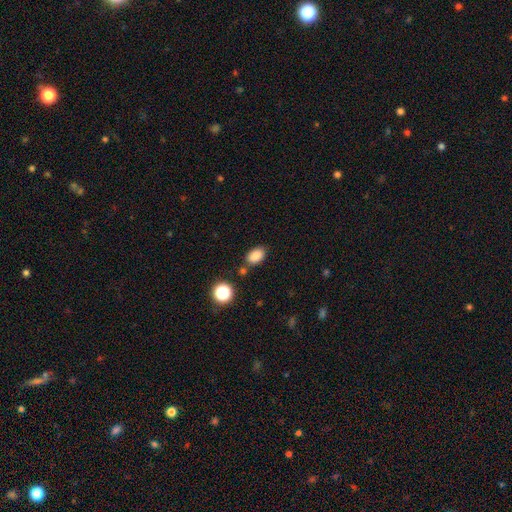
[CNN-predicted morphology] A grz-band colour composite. It shows a smooth galaxy with no disk features (84%) that is in between round and cigar-shaped (85%). Merging: none (78%).